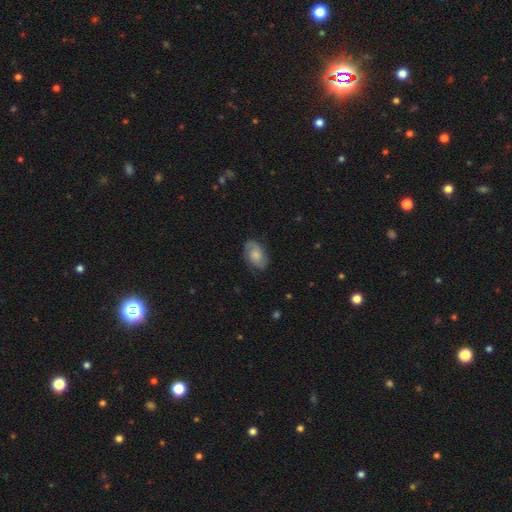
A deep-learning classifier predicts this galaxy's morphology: featured or disk 64%, smooth 28%, star or artifact 7%. Down the decision tree: edge-on disk — no (97%); bar — no (68%); spiral arms — yes (93%); spiral arm count — 2 (85%); spiral winding — medium (45%); bulge size — moderate (33%, tied with small); merging — none (80%).